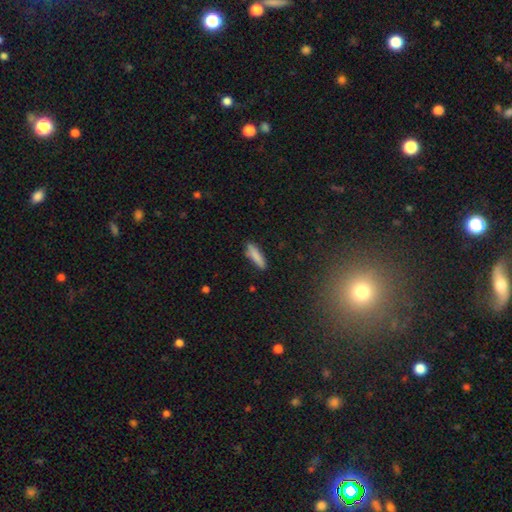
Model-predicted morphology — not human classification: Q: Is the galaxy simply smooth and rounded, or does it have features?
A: smooth — 83%.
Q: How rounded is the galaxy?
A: cigar-shaped — 72%.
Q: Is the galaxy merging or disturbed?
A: none — 82%.